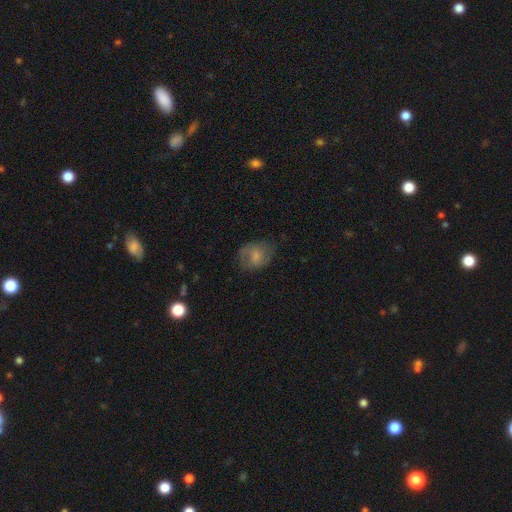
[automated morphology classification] Smooth or featured? smooth (47%)
Merging? none (62%)